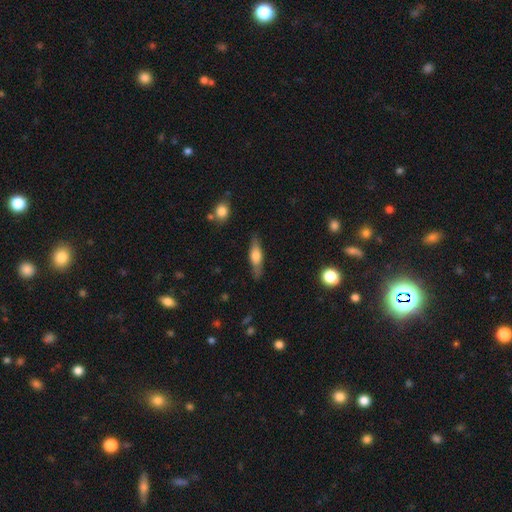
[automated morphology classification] smooth 55%, featured or disk 39%, star or artifact 6%. Down the decision tree: how rounded — cigar-shaped (55%); merging — none (81%).